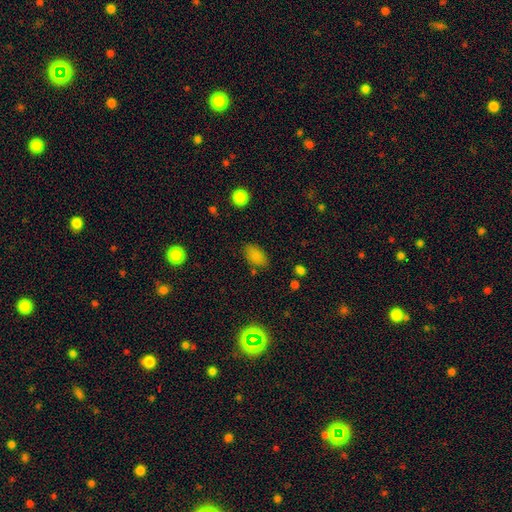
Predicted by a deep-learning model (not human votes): Smooth or featured?
  - smooth: 83% *
  - star or artifact: 11%
  - featured or disk: 5%
How rounded?
  - in between: 92% *
  - round: 6%
  - cigar-shaped: 3%
Merging?
  - none: 81% *
  - minor disturbance: 13%
  - major disturbance: 4%
  - merger: 3%